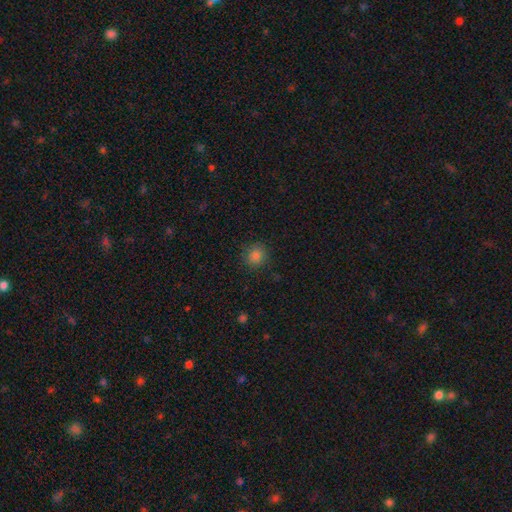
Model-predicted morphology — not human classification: smooth-or-featured: smooth: 82% | star or artifact: 13% | featured or disk: 5%
  how-rounded: round: 91% | in between: 8% | cigar-shaped: 1%
  merging: none: 88% | minor disturbance: 9% | major disturbance: 2% | merger: 1%